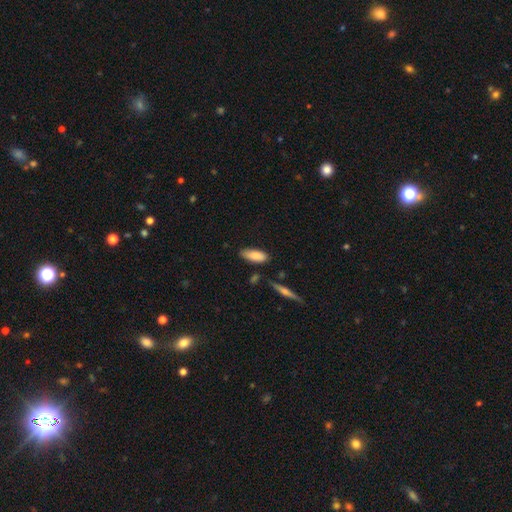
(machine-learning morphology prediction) Smooth or featured?
  - smooth: 83% *
  - featured or disk: 10%
  - star or artifact: 6%
How rounded?
  - in between: 74% *
  - cigar-shaped: 24%
  - round: 2%
Merging?
  - none: 76% *
  - minor disturbance: 17%
  - merger: 4%
  - major disturbance: 3%